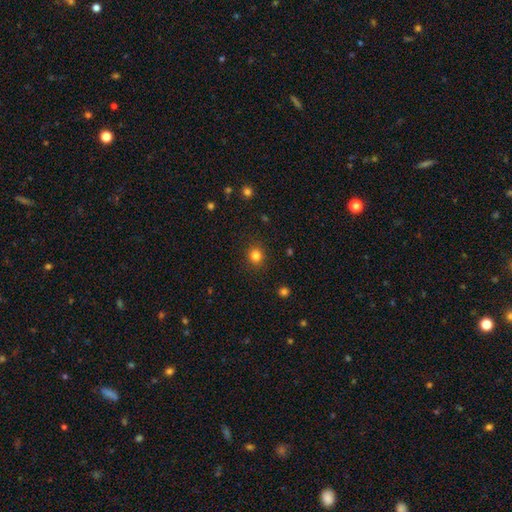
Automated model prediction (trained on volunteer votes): Overall: smooth (82%). How rounded: round (82%). Merging: none (89%).